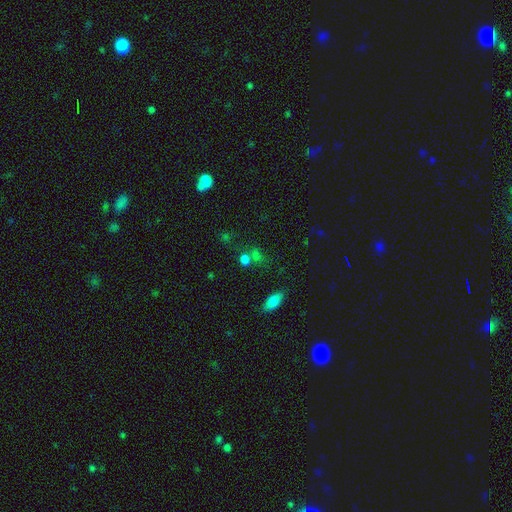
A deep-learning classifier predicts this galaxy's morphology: Smooth or featured: smooth — 55% (star or artifact — 34%)
How rounded: round — 59% (in between — 36%)
Merging: none — 58% (merger — 23%)